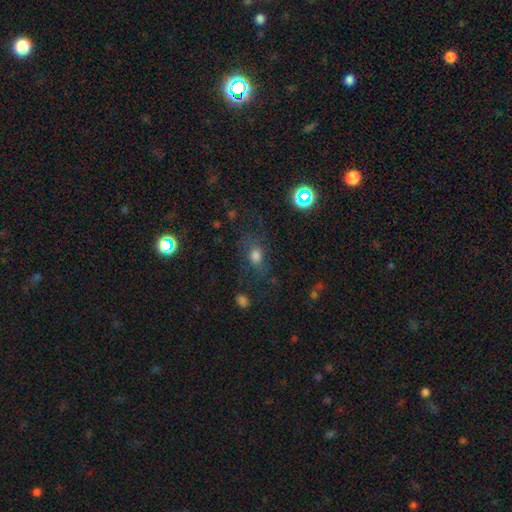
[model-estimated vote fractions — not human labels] Overall: smooth (65%). How rounded: in between (58%; round 38%). Merging: none (64%).